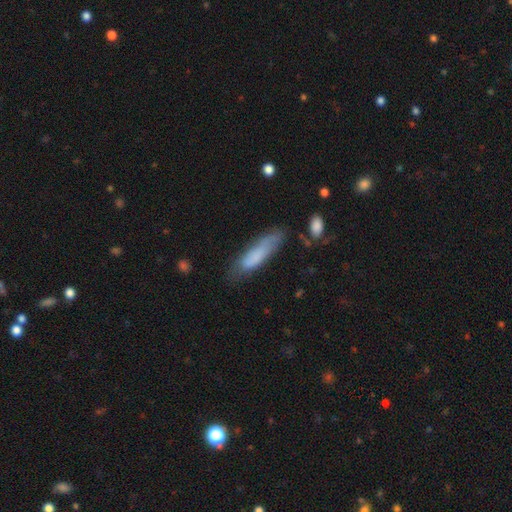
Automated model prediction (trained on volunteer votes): This appears to be a smooth galaxy with no disk features (73%) that is cigar-shaped (69%). Merging: none (55%).